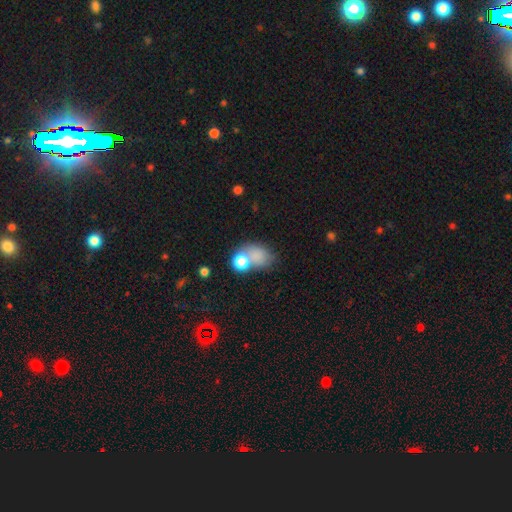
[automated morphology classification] smooth 75%, star or artifact 13%, featured or disk 12%. Down the decision tree: how rounded — in between (66%); merging — none (37%).